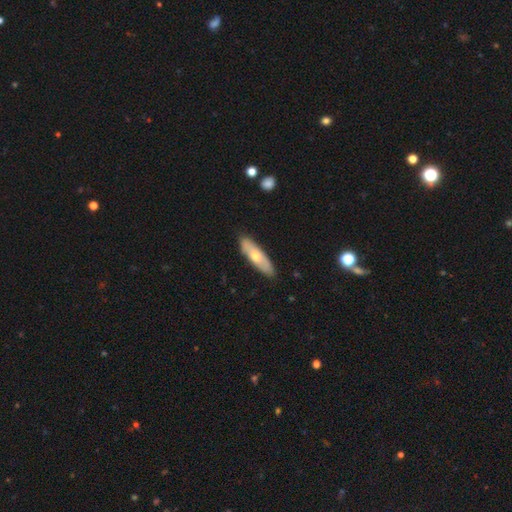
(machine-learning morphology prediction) A smooth galaxy with no disk features (55%) that is cigar-shaped (55%). Merging: none (86%).